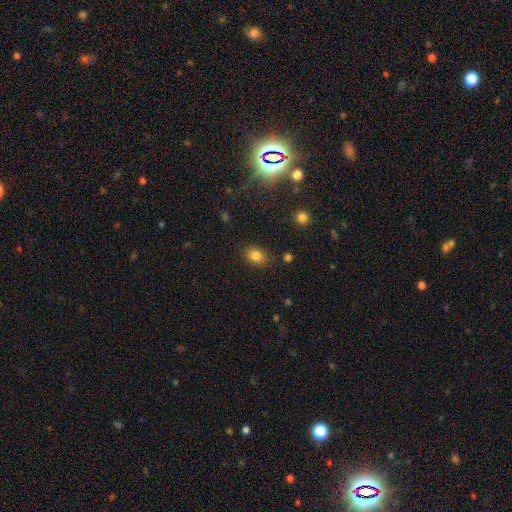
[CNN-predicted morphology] Smooth or featured?
  - smooth: 82% *
  - star or artifact: 12%
  - featured or disk: 6%
How rounded?
  - in between: 58% *
  - round: 41%
  - cigar-shaped: 1%
Merging?
  - none: 84% *
  - minor disturbance: 11%
  - major disturbance: 3%
  - merger: 2%